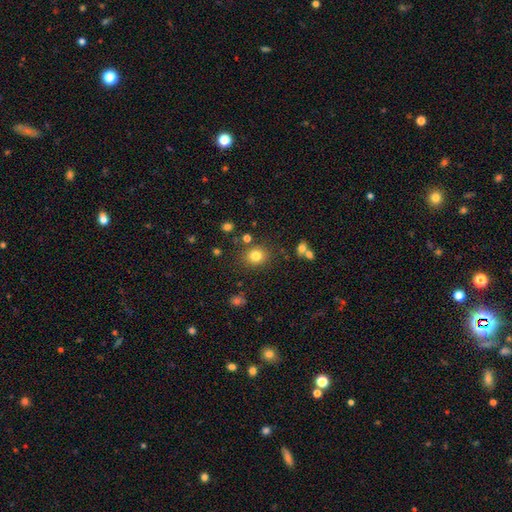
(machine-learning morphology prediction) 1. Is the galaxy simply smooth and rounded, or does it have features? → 80% smooth, 13% star or artifact, 7% featured or disk.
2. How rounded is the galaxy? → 75% round, 24% in between, 1% cigar-shaped.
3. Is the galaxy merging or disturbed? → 83% none, 9% minor disturbance, 4% merger, 3% major disturbance.